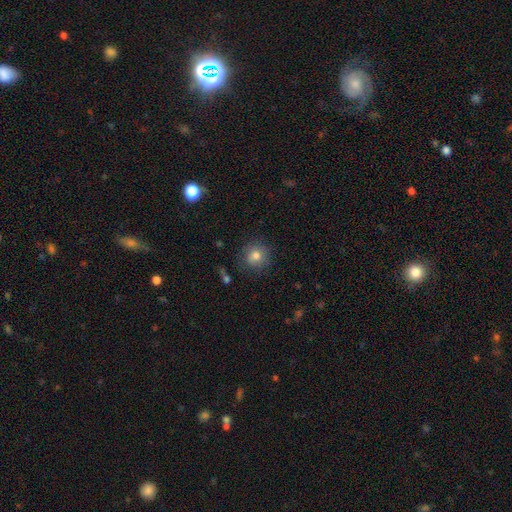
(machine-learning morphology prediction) Q: Smooth or featured?
A: smooth (80%); runner-up: star or artifact (11%)
Q: How rounded?
A: round (91%); runner-up: in between (8%)
Q: Merging?
A: none (85%); runner-up: minor disturbance (11%)